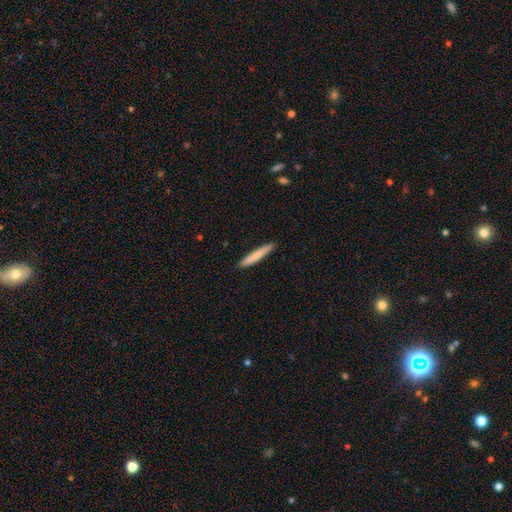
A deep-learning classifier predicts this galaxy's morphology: Smooth or featured? smooth (78%)
How rounded? cigar-shaped (95%)
Merging? none (91%)